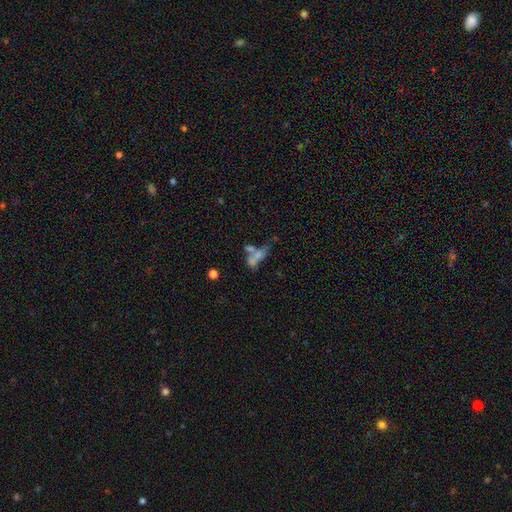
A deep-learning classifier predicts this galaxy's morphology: smooth 55%, featured or disk 32%, star or artifact 14%. Down the decision tree: how rounded — in between (63%); merging — merger (52%).